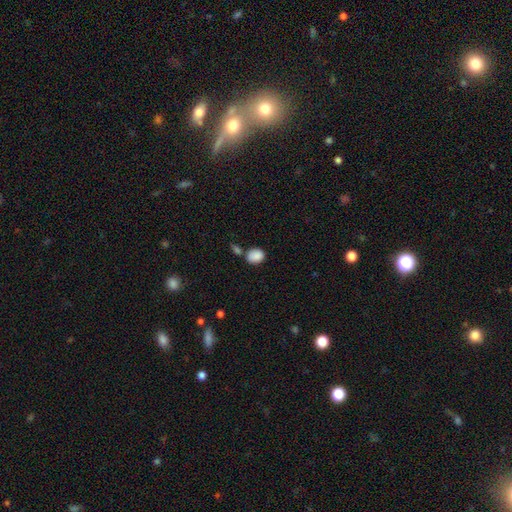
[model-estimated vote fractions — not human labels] A smooth galaxy with no disk features (88%) that is in between round and cigar-shaped (53%).

Vote fractions:
- Smooth or featured? smooth: 88% / star or artifact: 8% / featured or disk: 4%
- How rounded? in between: 53% / round: 46% / cigar-shaped: 1%
- Merging? none: 61% / merger: 19% / minor disturbance: 16% / major disturbance: 5%